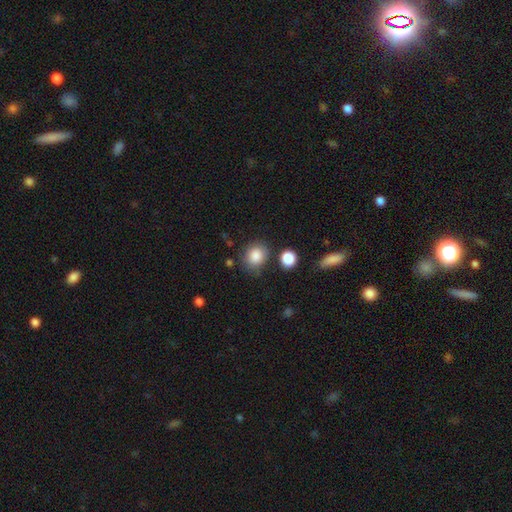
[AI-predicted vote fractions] Morphology: type=smooth (85%); roundness=round (68%); merging=none (73%).